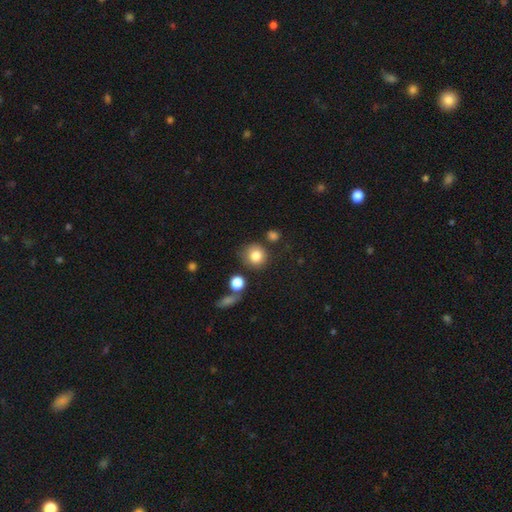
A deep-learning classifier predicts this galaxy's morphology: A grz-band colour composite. It shows a smooth galaxy with no disk features (83%) that is round (88%). Merging: none (76%).